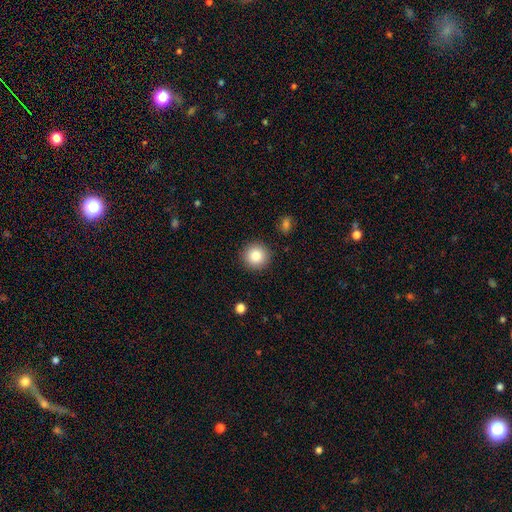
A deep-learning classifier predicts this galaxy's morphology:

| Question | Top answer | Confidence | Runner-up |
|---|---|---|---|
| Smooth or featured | smooth | 85% | star or artifact (9%) |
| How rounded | round | 94% | in between (5%) |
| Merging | none | 91% | minor disturbance (6%) |